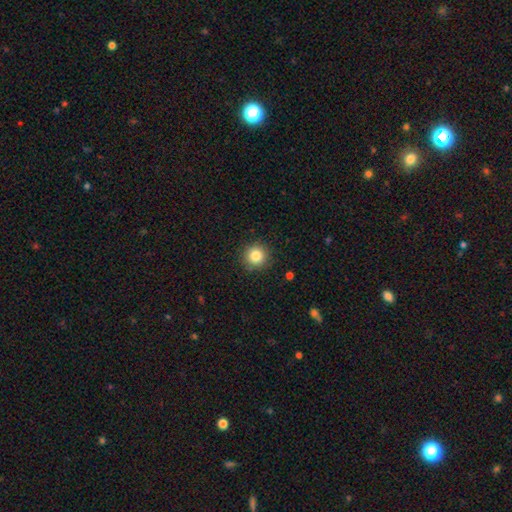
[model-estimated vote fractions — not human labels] Smooth or featured: smooth — 84% (star or artifact — 11%)
How rounded: round — 94% (in between — 5%)
Merging: none — 90% (minor disturbance — 7%)